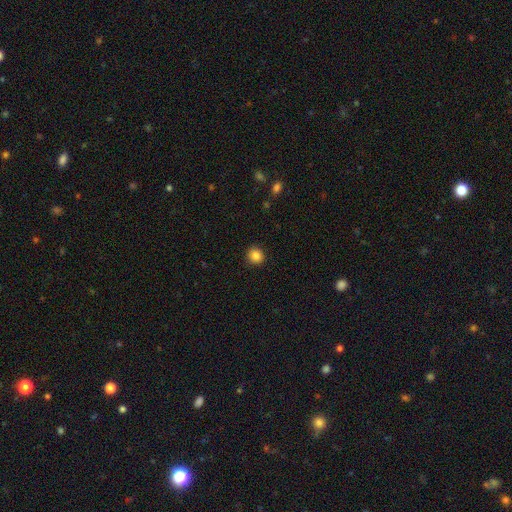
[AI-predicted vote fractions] Smooth or featured? smooth (85%)
How rounded? round (92%)
Merging? none (90%)